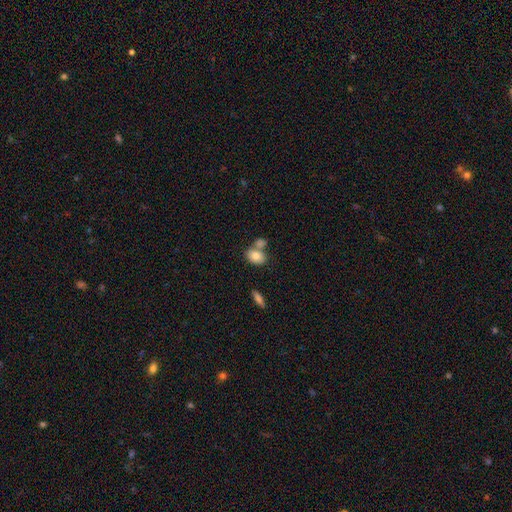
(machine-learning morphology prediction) Smooth or featured?
  - smooth: 82% *
  - featured or disk: 9%
  - star or artifact: 8%
How rounded?
  - in between: 75% *
  - round: 24%
  - cigar-shaped: 1%
Merging?
  - none: 46% *
  - merger: 39%
  - minor disturbance: 12%
  - major disturbance: 4%